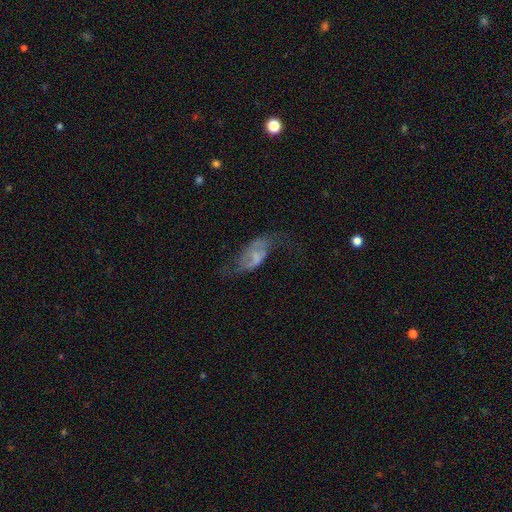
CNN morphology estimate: A featured or disk galaxy (58%) with no bar (45%), spiral arms (66%) and no central bulge (45%).

Vote fractions:
- Smooth or featured? featured or disk: 58% / smooth: 32% / star or artifact: 10%
- Edge-on disk? no: 92% / yes: 8%
- Bar? no: 45% / weak: 40% / strong: 15%
- Spiral arms? yes: 66% / no: 34%
- Bulge size? none: 45% / small: 28% / moderate: 20% / large: 5% / dominant: 2%
- Merging? none: 40% / major disturbance: 34% / minor disturbance: 22% / merger: 4%